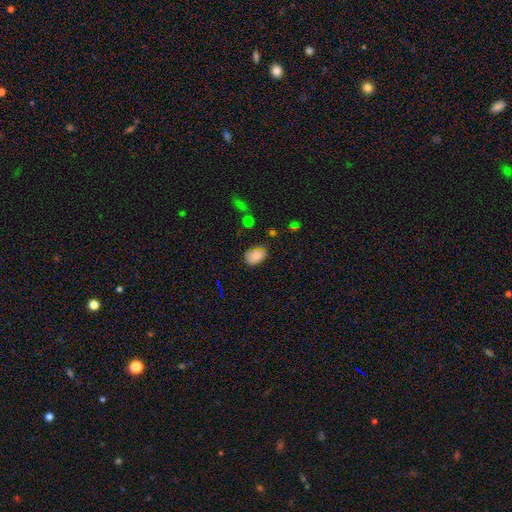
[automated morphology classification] smooth-or-featured: smooth: 83% | star or artifact: 11% | featured or disk: 6%
  how-rounded: in between: 84% | round: 15% | cigar-shaped: 1%
  merging: none: 72% | minor disturbance: 21% | major disturbance: 4% | merger: 3%